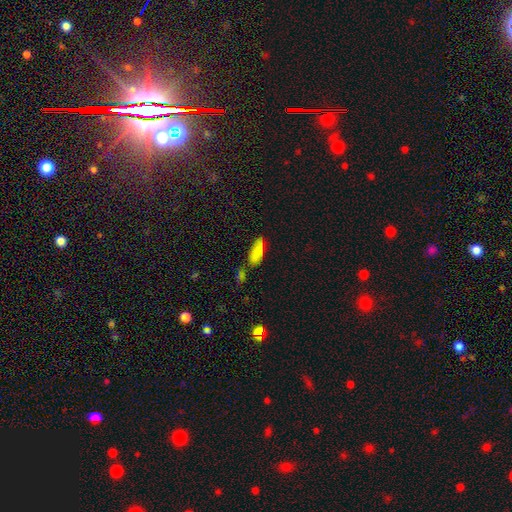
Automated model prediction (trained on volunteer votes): smooth_or_featured: smooth (p=0.63) [alt: star or artifact p=0.23]
how_rounded: in between (p=0.63) [alt: cigar-shaped p=0.33]
merging: none (p=0.62) [alt: minor disturbance p=0.20]